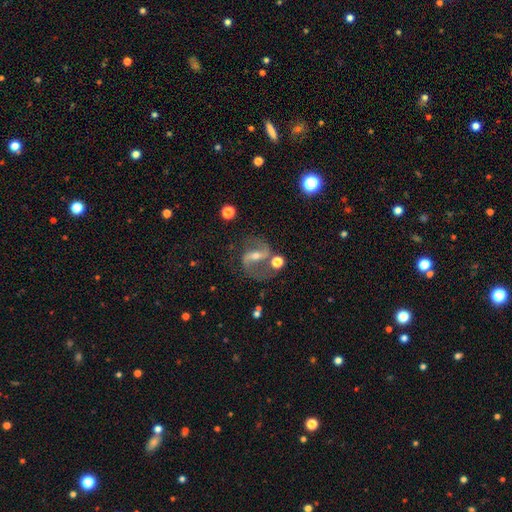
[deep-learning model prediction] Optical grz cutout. It shows a featured or disk galaxy (87%) with a strong bar (47%), 2 (91%) loose (45%) spiral arms (95%) and a moderate central bulge (48%). Merging: none (70%).